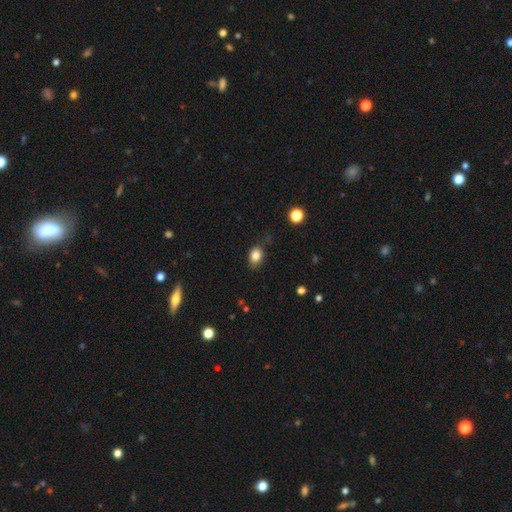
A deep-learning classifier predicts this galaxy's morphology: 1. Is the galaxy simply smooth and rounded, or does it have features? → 84% smooth, 10% star or artifact, 6% featured or disk.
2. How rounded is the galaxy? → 72% in between, 27% round, 1% cigar-shaped.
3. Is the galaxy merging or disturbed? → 76% none, 18% minor disturbance, 4% major disturbance, 2% merger.